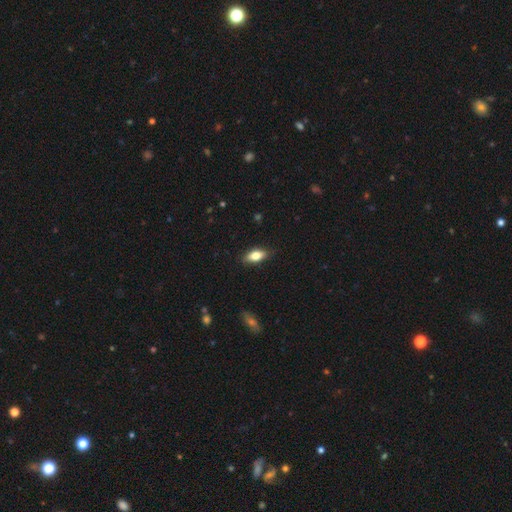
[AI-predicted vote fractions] This appears to be a smooth galaxy with no disk features (76%) that is in between round and cigar-shaped (84%). Merging: none (83%).